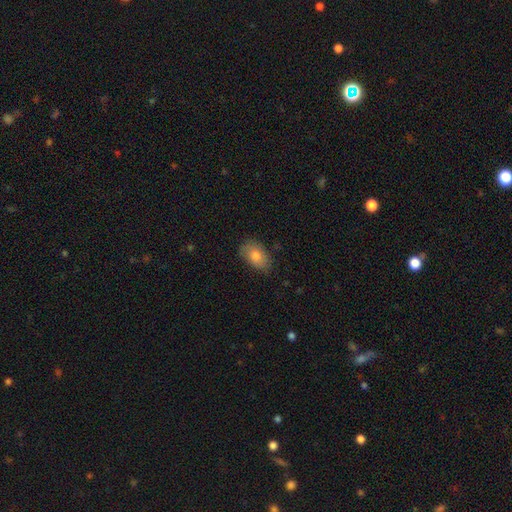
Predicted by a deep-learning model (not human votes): smooth_or_featured: smooth (p=0.76) [alt: featured or disk p=0.16]
how_rounded: in between (p=0.89) [alt: round p=0.10]
merging: none (p=0.77) [alt: minor disturbance p=0.19]